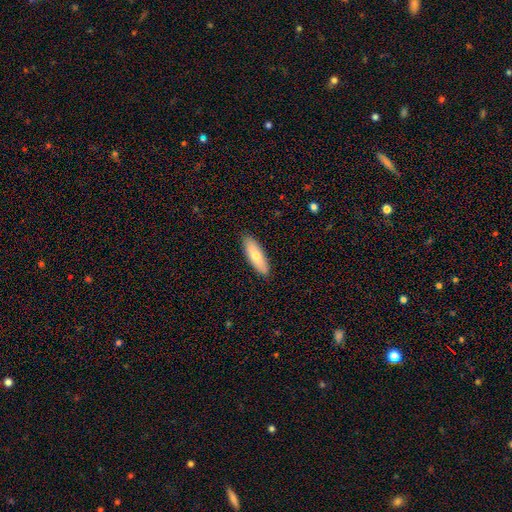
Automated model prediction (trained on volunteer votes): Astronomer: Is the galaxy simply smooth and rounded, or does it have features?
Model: smooth — 68%.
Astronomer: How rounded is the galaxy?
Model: cigar-shaped — 50% (runner-up: in between, 48%).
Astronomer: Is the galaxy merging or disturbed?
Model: none — 90%.